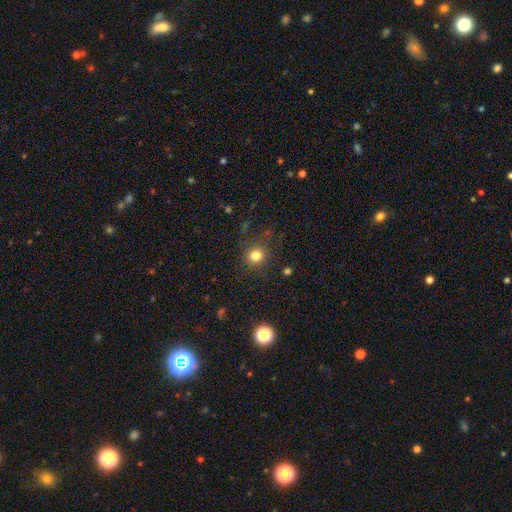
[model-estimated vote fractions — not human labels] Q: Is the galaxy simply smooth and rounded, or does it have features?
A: smooth — 81%.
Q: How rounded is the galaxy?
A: round — 85%.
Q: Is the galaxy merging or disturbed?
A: none — 85%.